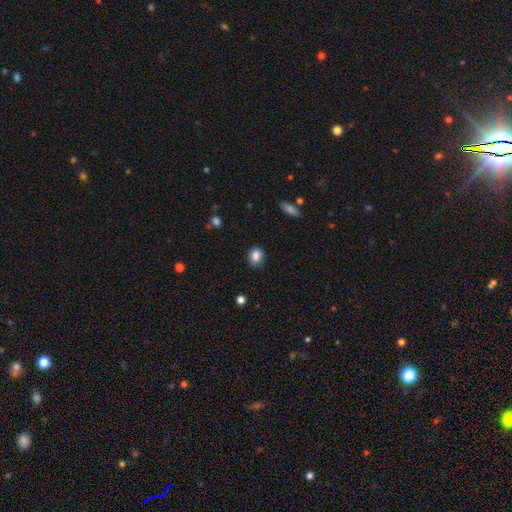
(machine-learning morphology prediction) A smooth galaxy with no disk features (86%) that is in between round and cigar-shaped (54%). Merging: none (84%).